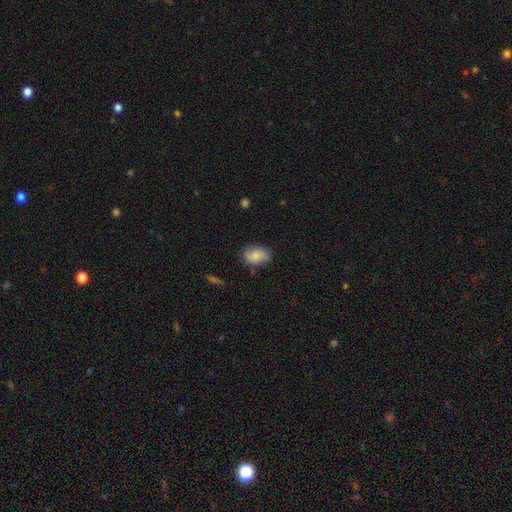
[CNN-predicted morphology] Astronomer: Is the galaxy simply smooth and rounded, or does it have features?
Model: smooth — 72%.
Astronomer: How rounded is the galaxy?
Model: in between — 85%.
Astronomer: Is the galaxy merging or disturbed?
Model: none — 67%.